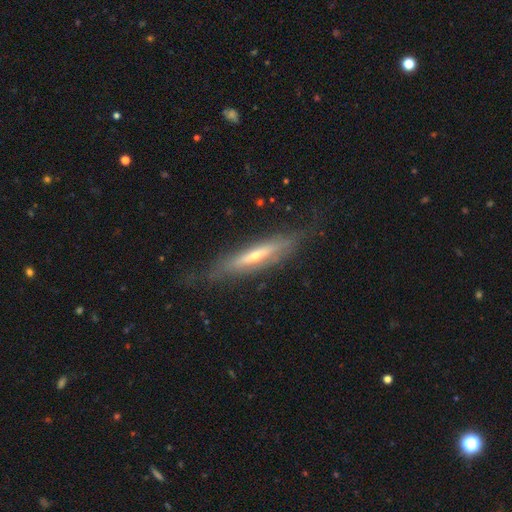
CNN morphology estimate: A featured or disk galaxy (68%) viewed edge-on (84%) with a rounded central bulge (74%). Merging: none (74%).